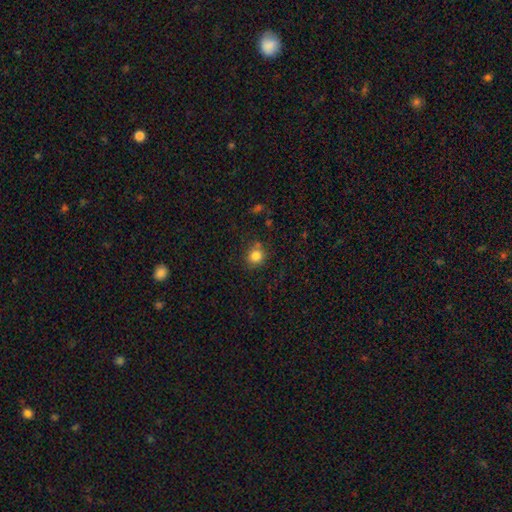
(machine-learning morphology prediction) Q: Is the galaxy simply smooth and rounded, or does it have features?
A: smooth — 84%.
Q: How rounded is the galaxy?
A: round — 87%.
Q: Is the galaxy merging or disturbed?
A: none — 76%.